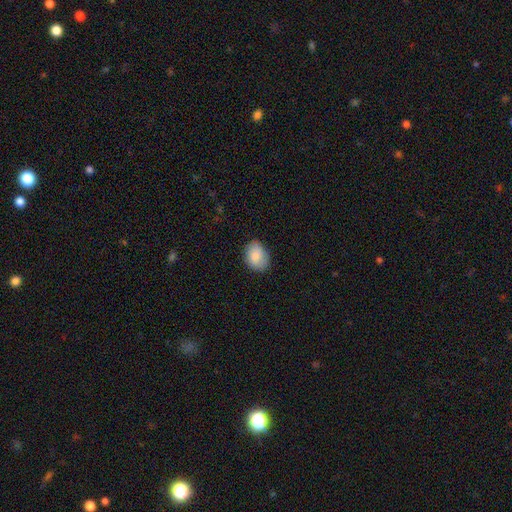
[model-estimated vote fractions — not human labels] smooth-or-featured: smooth: 87% | star or artifact: 7% | featured or disk: 6%
  how-rounded: in between: 70% | round: 29% | cigar-shaped: 1%
  merging: none: 78% | minor disturbance: 18% | major disturbance: 3% | merger: 1%